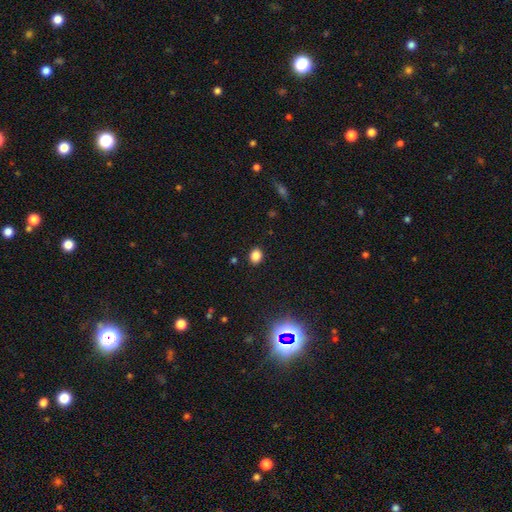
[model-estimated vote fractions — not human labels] Smooth or featured: smooth — 84% (star or artifact — 12%)
How rounded: round — 51% (in between — 48%)
Merging: none — 89% (minor disturbance — 7%)